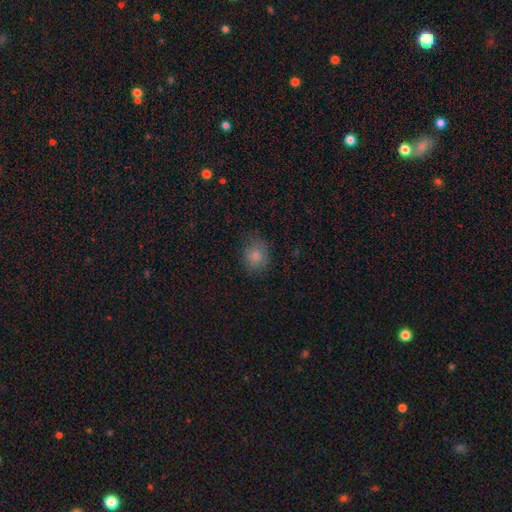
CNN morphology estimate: Smooth or featured?
  - smooth: 81% *
  - star or artifact: 11%
  - featured or disk: 8%
How rounded?
  - round: 67% *
  - in between: 32%
  - cigar-shaped: 1%
Merging?
  - none: 72% *
  - minor disturbance: 21%
  - major disturbance: 6%
  - merger: 1%